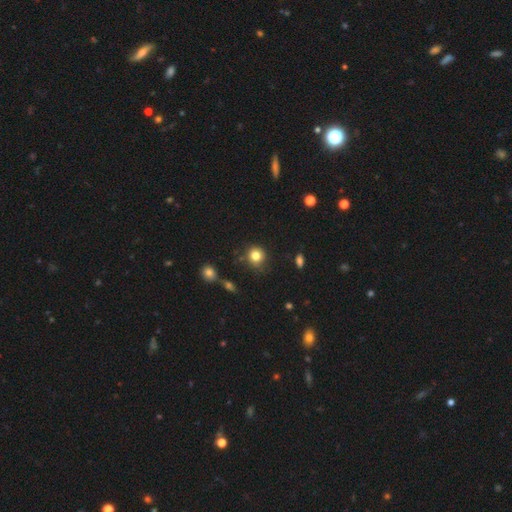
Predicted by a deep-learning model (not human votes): This is clearly a smooth galaxy (82%). How rounded: clearly round (86%). Merging: likely none (77%).